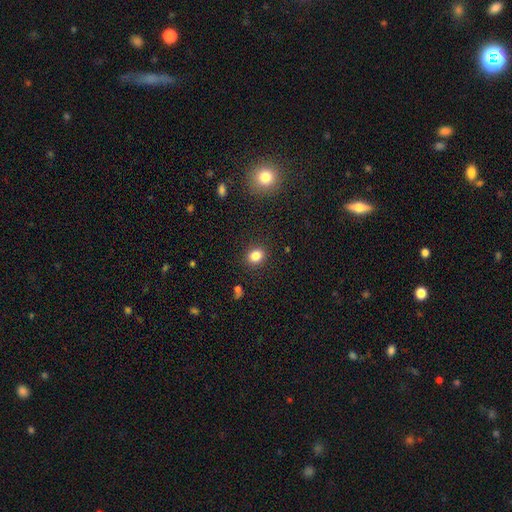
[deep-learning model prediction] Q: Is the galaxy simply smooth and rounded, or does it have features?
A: smooth — 83%.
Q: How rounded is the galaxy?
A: round — 59%.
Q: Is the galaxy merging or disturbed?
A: none — 88%.